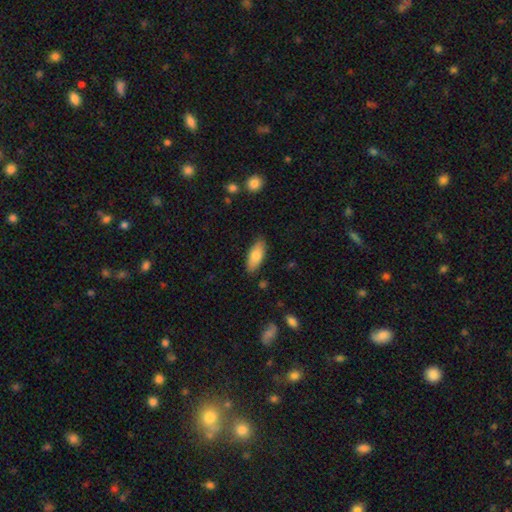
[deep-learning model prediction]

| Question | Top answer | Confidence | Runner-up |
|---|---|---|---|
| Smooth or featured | smooth | 77% | featured or disk (17%) |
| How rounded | in between | 82% | cigar-shaped (16%) |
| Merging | none | 85% | minor disturbance (12%) |